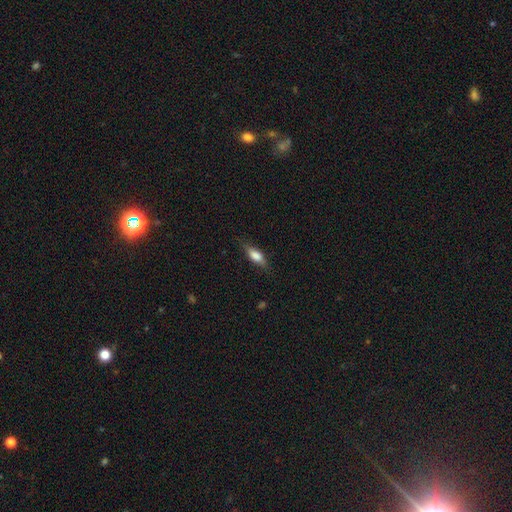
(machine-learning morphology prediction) A smooth galaxy with no disk features (68%) that is in between round and cigar-shaped (56%). Merging: none (78%).